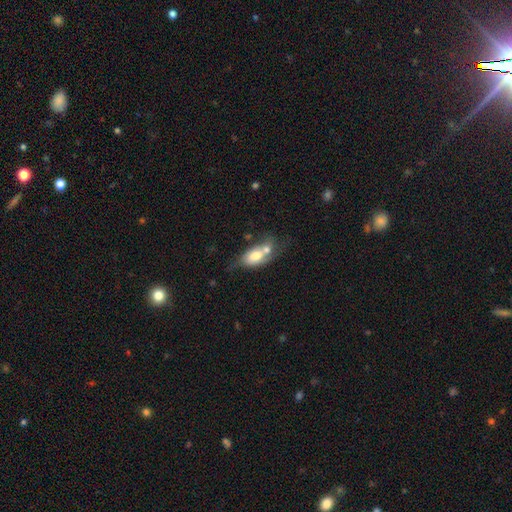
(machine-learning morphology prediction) The model was most divided on "merging": merger: 48%, none: 25%, minor disturbance: 16%, major disturbance: 12%. More confident: how rounded — in between (84%); smooth or featured — smooth (58%).